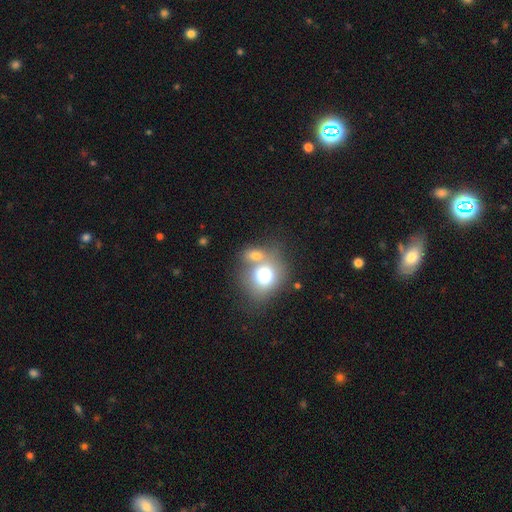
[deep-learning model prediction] Smooth or featured? smooth (73%)
How rounded? round (54%)
Merging? merger (50%)